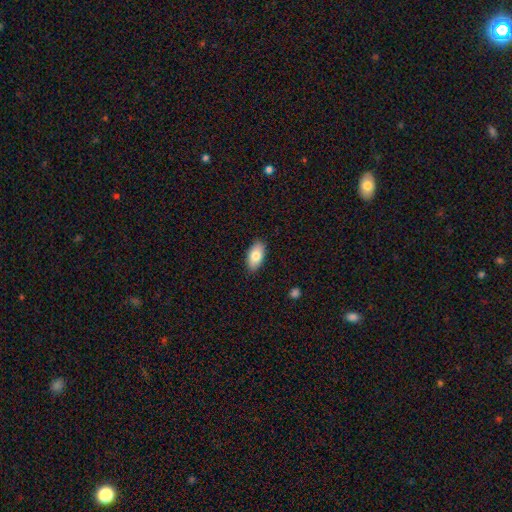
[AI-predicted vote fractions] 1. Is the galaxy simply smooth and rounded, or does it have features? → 80% smooth, 14% featured or disk, 7% star or artifact.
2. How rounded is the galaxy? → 94% in between, 3% cigar-shaped, 3% round.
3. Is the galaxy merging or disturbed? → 88% none, 9% minor disturbance, 2% major disturbance, 1% merger.